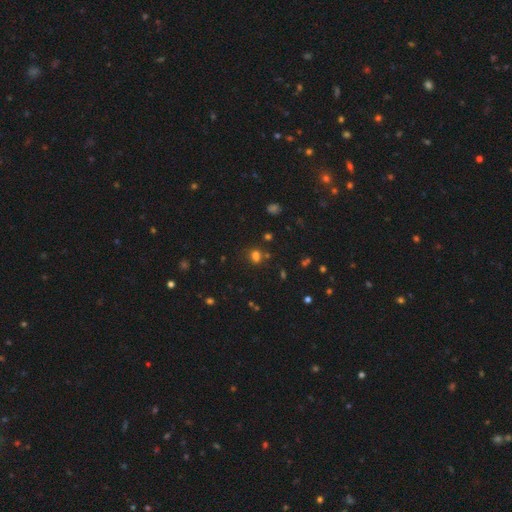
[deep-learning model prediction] Q: Smooth or featured?
A: smooth (67%); runner-up: star or artifact (26%)
Q: How rounded?
A: round (54%); runner-up: in between (45%)
Q: Merging?
A: none (61%); runner-up: merger (19%)